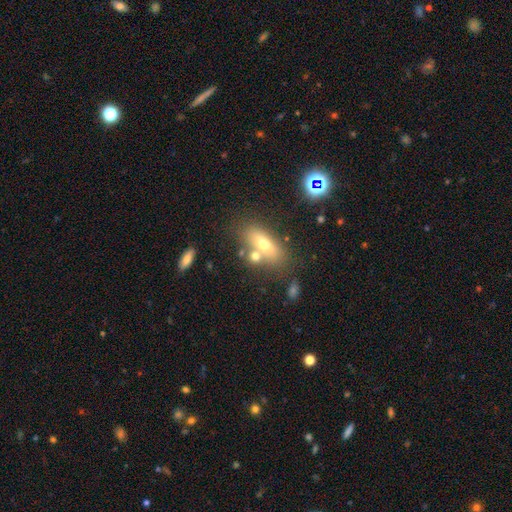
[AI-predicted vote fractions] Q: Smooth or featured?
A: smooth (61%); runner-up: featured or disk (28%)
Q: How rounded?
A: in between (69%); runner-up: cigar-shaped (21%)
Q: Merging?
A: none (55%); runner-up: merger (27%)